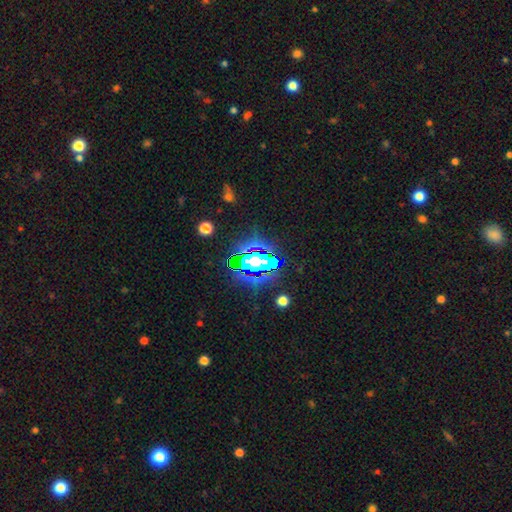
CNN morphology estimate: Smooth or featured? Predicted: star or artifact (p=0.70).